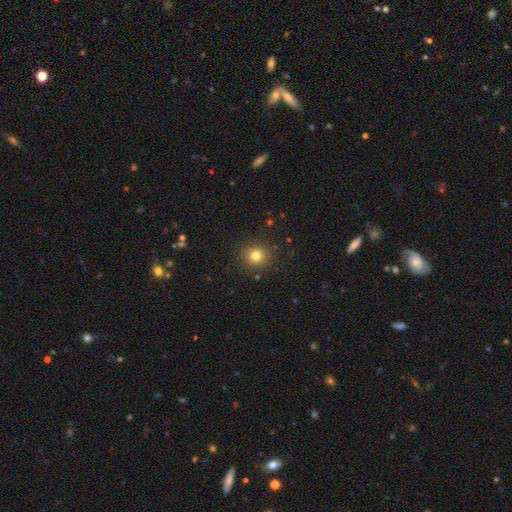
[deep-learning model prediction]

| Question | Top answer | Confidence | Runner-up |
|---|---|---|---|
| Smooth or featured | smooth | 79% | star or artifact (15%) |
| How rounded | round | 92% | in between (7%) |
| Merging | none | 90% | minor disturbance (6%) |